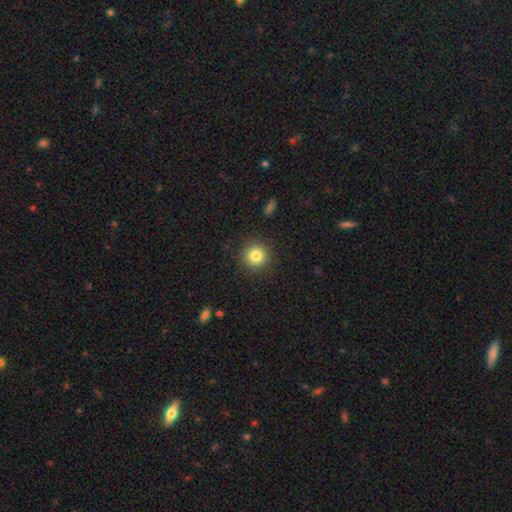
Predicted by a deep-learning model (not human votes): The model was most divided on "smooth or featured": smooth: 83%, star or artifact: 11%, featured or disk: 7%. More confident: how rounded — round (94%); merging — none (90%).